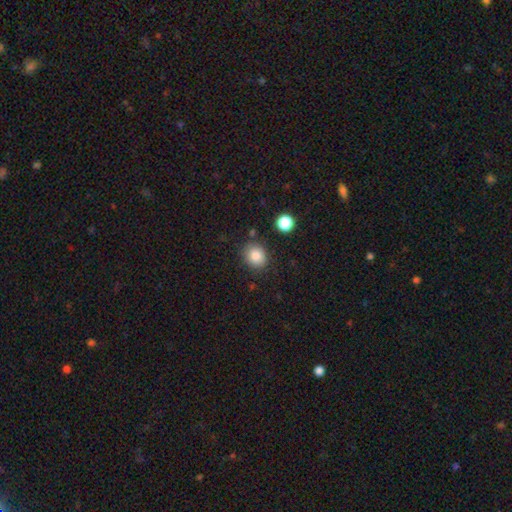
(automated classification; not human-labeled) Morphology: type=smooth (85%); roundness=round (68%); merging=none (83%).